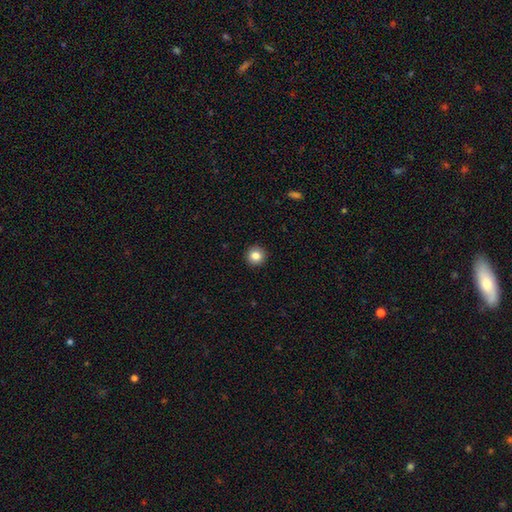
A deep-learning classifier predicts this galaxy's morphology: type=smooth (83%); roundness=round (95%); merging=none (93%).